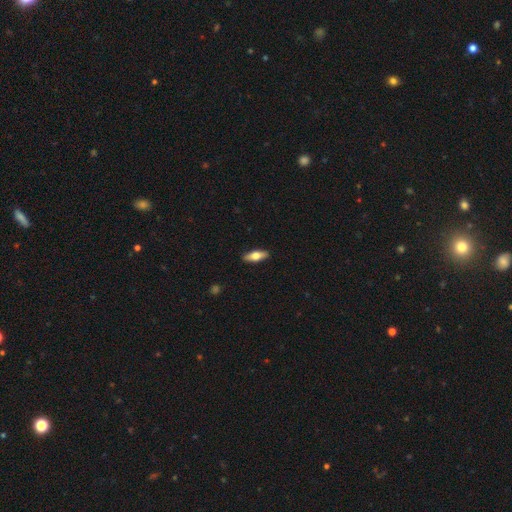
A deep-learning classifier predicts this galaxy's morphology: Overall: smooth (64%; featured or disk 30%). How rounded: in between (66%; cigar-shaped 31%). Merging: none (90%).